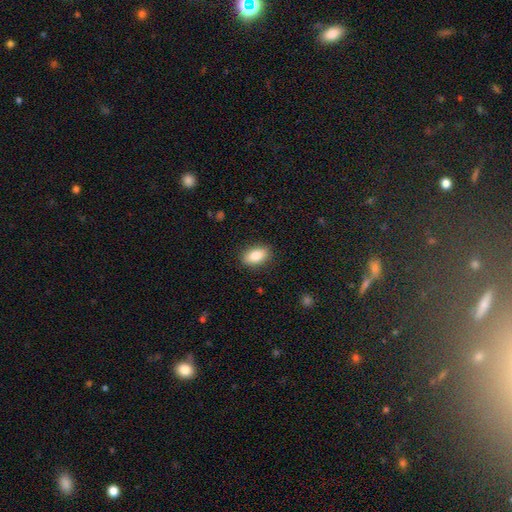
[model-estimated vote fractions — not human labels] The model was most divided on "smooth or featured": smooth: 86%, star or artifact: 7%, featured or disk: 7%. More confident: how rounded — in between (91%); merging — none (89%).